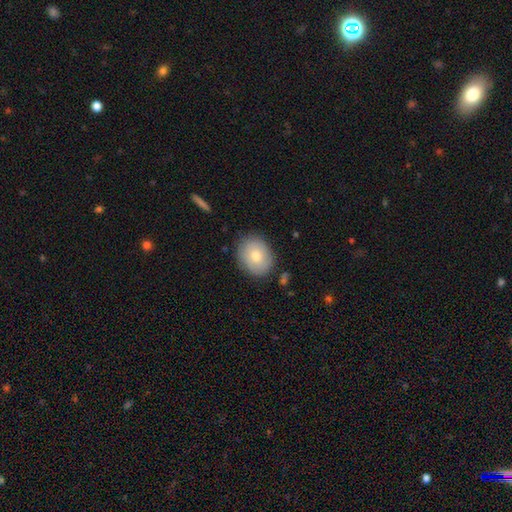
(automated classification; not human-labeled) Smooth or featured? smooth (65%)
How rounded? round (53%)
Merging? none (83%)